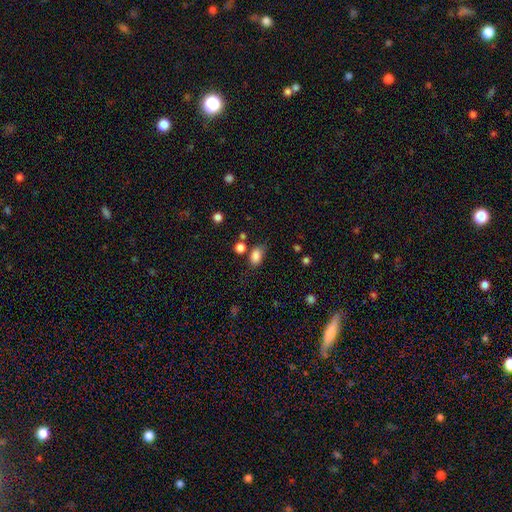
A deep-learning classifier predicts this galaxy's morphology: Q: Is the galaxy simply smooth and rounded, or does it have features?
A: smooth — 84%.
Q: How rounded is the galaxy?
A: in between — 82%.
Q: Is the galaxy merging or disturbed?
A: none — 62%.